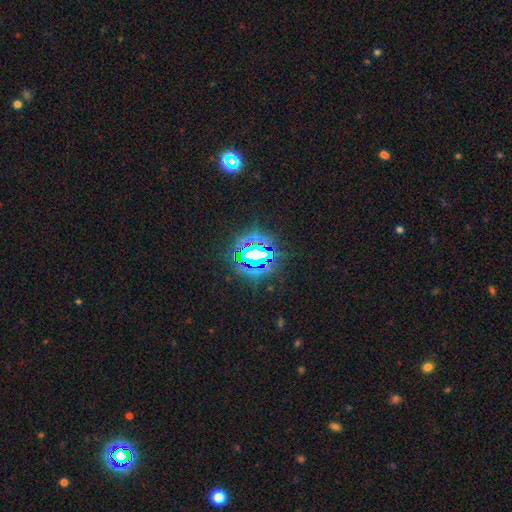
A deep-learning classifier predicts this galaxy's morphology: smooth-or-featured: star or artifact: 76% | smooth: 13% | featured or disk: 11%